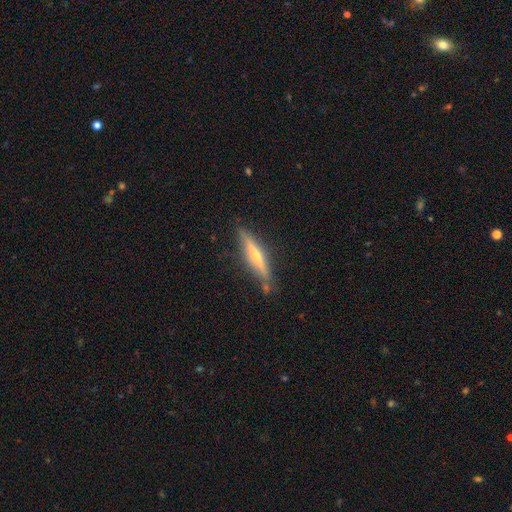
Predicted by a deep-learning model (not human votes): featured or disk 62%, smooth 30%, star or artifact 8%. Down the decision tree: edge-on disk — yes (93%); edge-on bulge — rounded (74%); merging — none (81%).